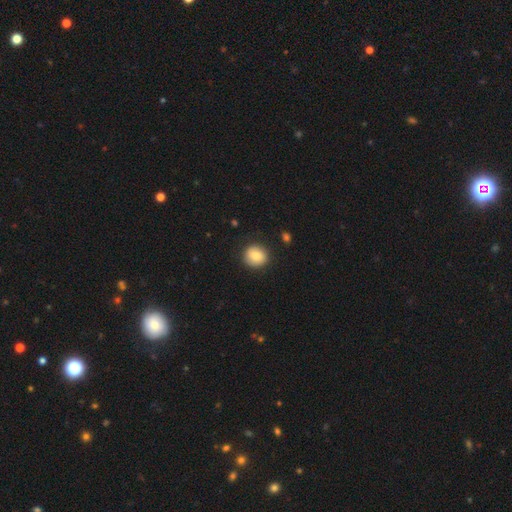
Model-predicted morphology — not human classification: This is clearly a smooth galaxy (83%). How rounded: clearly round (86%). Merging: clearly none (85%).